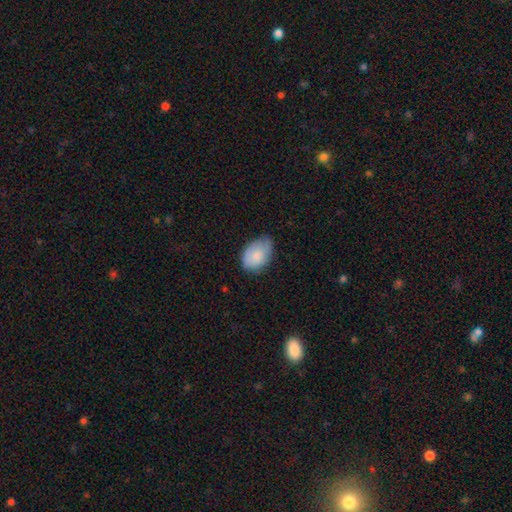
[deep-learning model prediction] smooth 81%, featured or disk 13%, star or artifact 6%. Down the decision tree: how rounded — in between (87%); merging — none (57%).